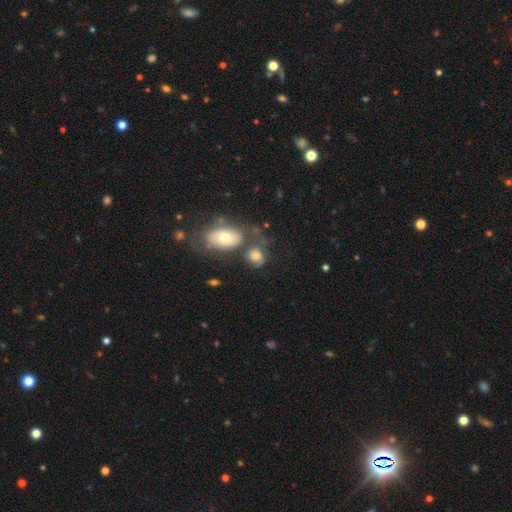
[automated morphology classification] This is likely a smooth galaxy (69%). How rounded: possibly in between (53%). Merging: marginally none (41%).